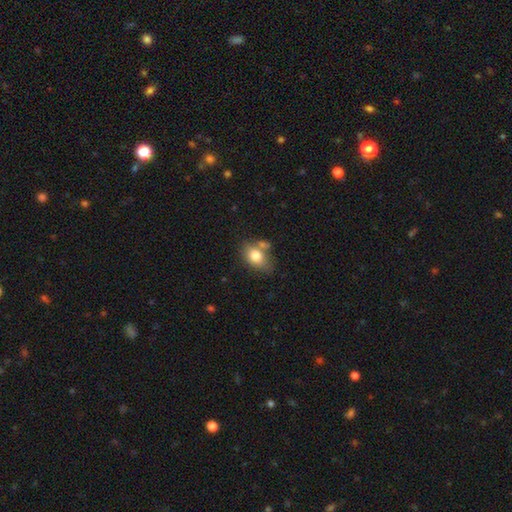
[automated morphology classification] smooth-or-featured: smooth: 78% | featured or disk: 13% | star or artifact: 9%
  how-rounded: in between: 76% | round: 22% | cigar-shaped: 1%
  merging: none: 53% | merger: 22% | minor disturbance: 19% | major disturbance: 6%